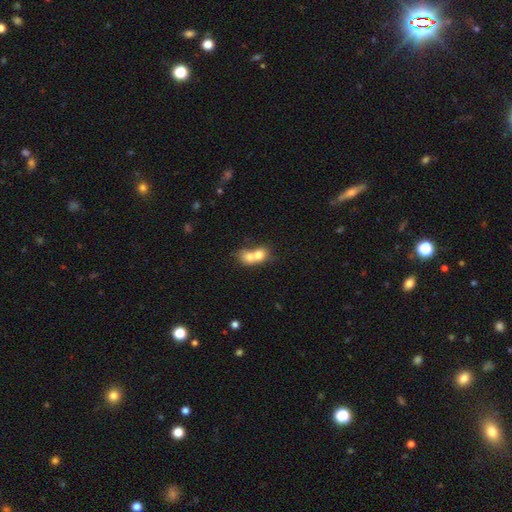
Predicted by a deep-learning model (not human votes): smooth-or-featured: smooth: 71% | featured or disk: 20% | star or artifact: 8%
  how-rounded: round: 54% | in between: 45% | cigar-shaped: 2%
  merging: merger: 75% | none: 16% | minor disturbance: 5% | major disturbance: 3%